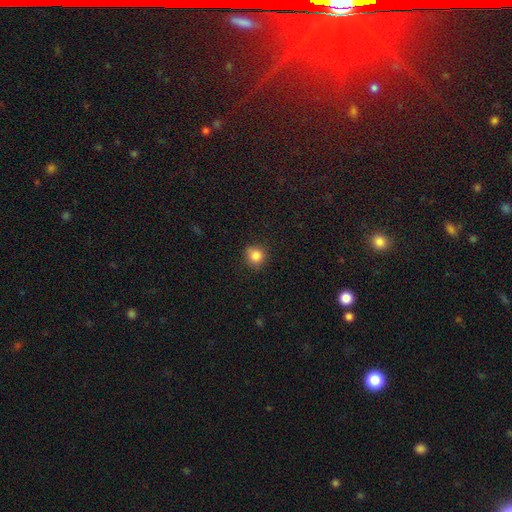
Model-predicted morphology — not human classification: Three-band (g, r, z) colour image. It shows a smooth galaxy with no disk features (84%) that is round (88%). Merging: none (79%).